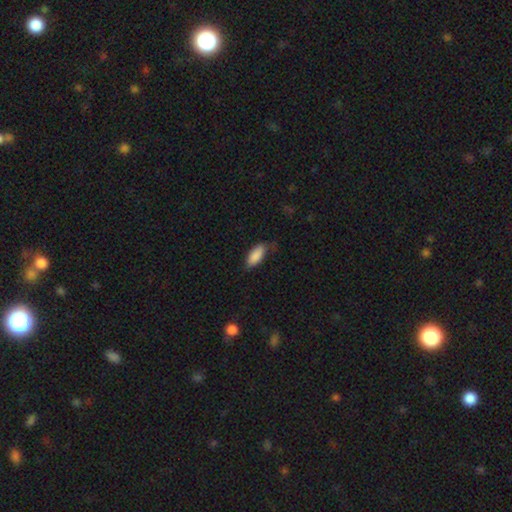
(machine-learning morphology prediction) Smooth or featured? Predicted: smooth (p=0.89). How rounded? Predicted: in between (p=0.86). Merging? Predicted: none (p=0.71).